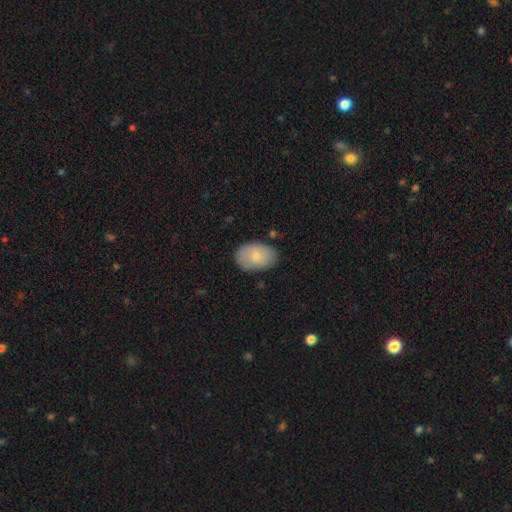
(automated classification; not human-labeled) Q: Smooth or featured?
A: smooth (80%); runner-up: featured or disk (14%)
Q: How rounded?
A: in between (84%); runner-up: round (15%)
Q: Merging?
A: none (79%); runner-up: minor disturbance (16%)